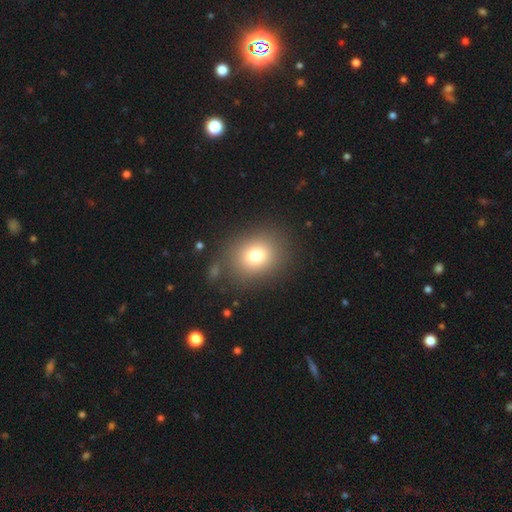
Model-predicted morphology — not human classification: smooth_or_featured: smooth (p=0.76) [alt: star or artifact p=0.13]
how_rounded: round (p=0.64) [alt: in between p=0.35]
merging: none (p=0.81) [alt: minor disturbance p=0.10]